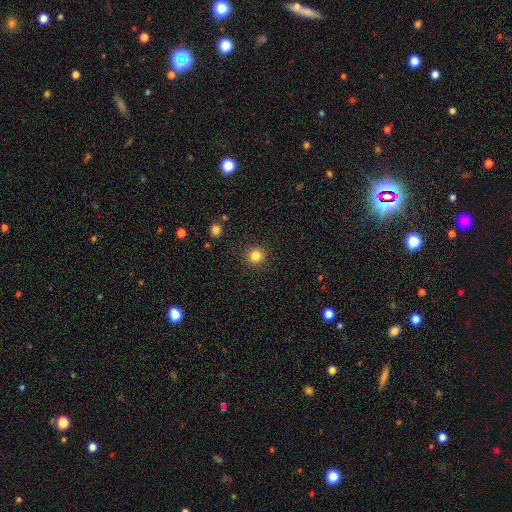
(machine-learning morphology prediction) A smooth galaxy with no disk features (83%) that is round (93%).

Vote fractions:
- Smooth or featured? smooth: 83% / star or artifact: 12% / featured or disk: 5%
- How rounded? round: 93% / in between: 7% / cigar-shaped: 1%
- Merging? none: 90% / minor disturbance: 6% / major disturbance: 2% / merger: 1%